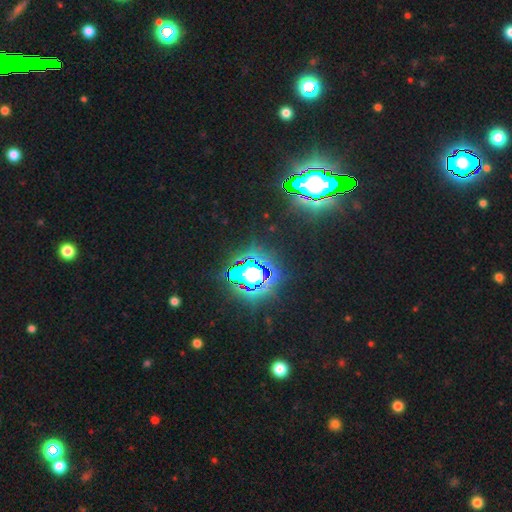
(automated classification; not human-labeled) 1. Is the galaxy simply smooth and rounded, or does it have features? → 82% star or artifact, 10% smooth, 8% featured or disk.